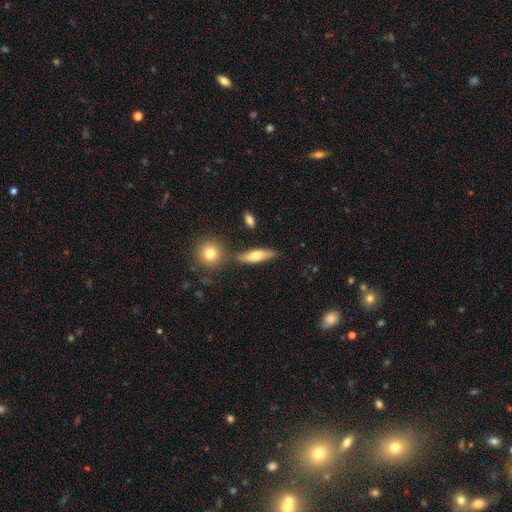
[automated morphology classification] smooth_or_featured: smooth (p=0.63) [alt: featured or disk p=0.30]
how_rounded: cigar-shaped (p=0.49) [alt: in between p=0.46]
merging: none (p=0.74) [alt: minor disturbance p=0.14]